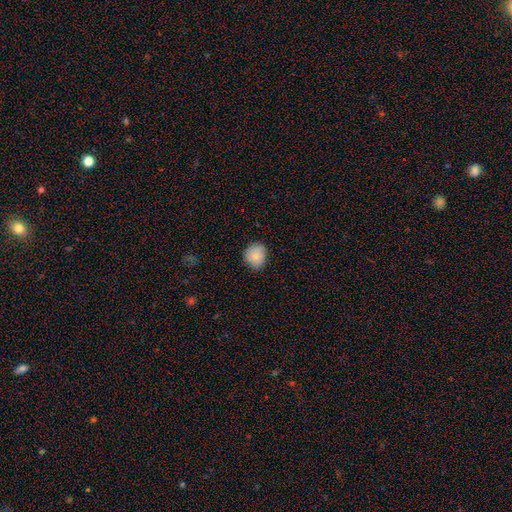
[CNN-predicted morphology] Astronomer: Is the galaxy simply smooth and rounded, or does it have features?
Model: smooth — 78%.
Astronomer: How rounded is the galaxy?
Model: round — 78%.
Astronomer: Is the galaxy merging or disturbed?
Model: none — 81%.